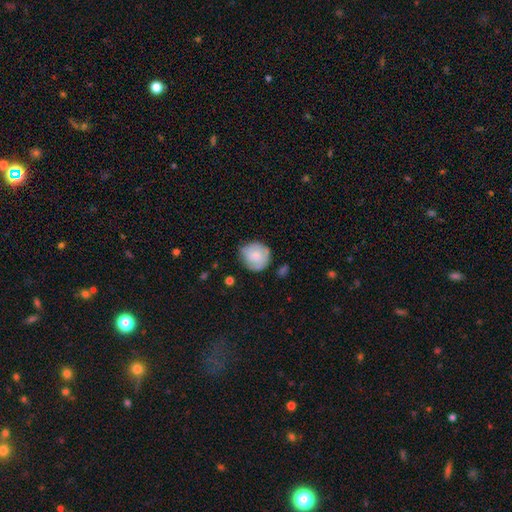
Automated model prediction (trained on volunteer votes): This appears to be a smooth galaxy with no disk features (67%) that is round (88%). Merging: none (69%).